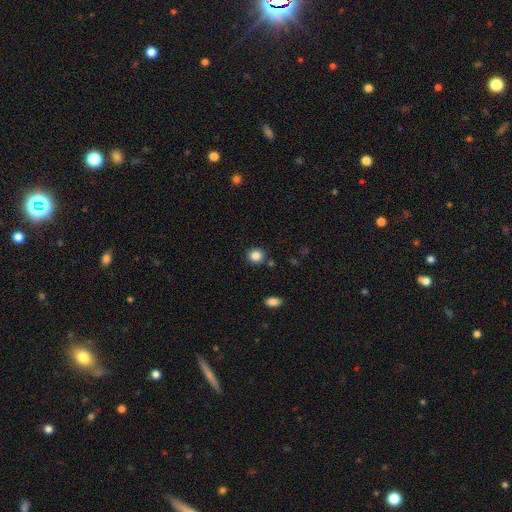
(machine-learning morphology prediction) smooth_or_featured: smooth (p=0.86) [alt: star or artifact p=0.10]
how_rounded: round (p=0.86) [alt: in between p=0.13]
merging: none (p=0.85) [alt: minor disturbance p=0.08]